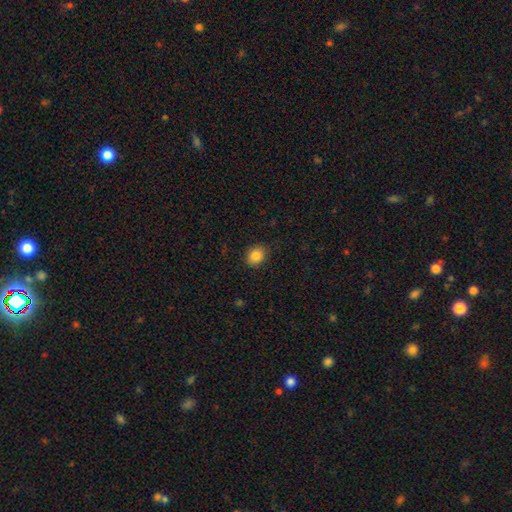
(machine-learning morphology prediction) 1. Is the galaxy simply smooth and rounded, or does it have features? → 85% smooth, 10% star or artifact, 5% featured or disk.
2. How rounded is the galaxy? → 57% round, 42% in between, 1% cigar-shaped.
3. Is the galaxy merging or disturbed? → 87% none, 10% minor disturbance, 2% major disturbance, 1% merger.